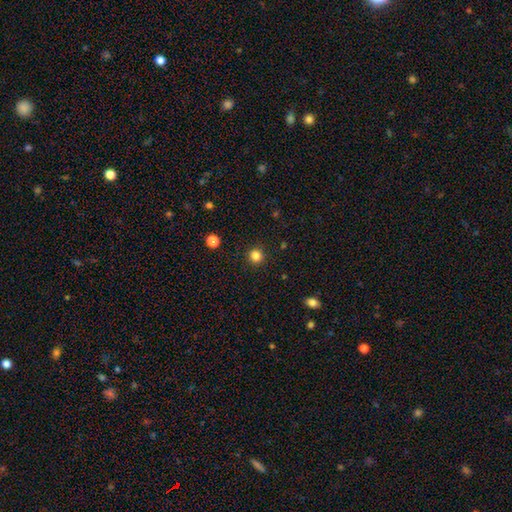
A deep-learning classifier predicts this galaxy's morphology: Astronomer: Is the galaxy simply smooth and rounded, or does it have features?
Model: smooth — 84%.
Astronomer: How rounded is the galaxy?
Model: round — 95%.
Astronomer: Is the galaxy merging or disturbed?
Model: none — 92%.